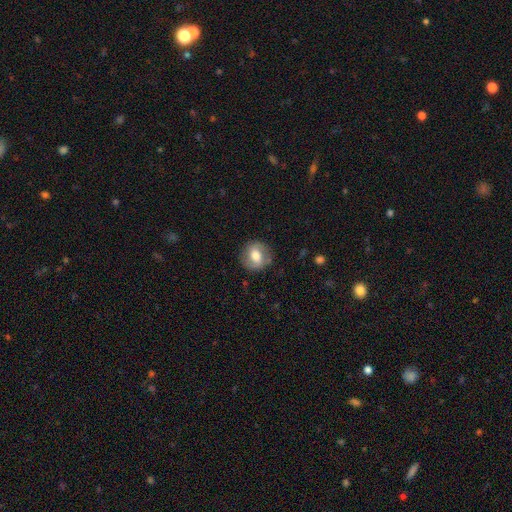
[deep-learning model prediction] A smooth galaxy with no disk features (61%) that is round (78%).

Vote fractions:
- Smooth or featured? smooth: 61% / featured or disk: 31% / star or artifact: 8%
- How rounded? round: 78% / in between: 21% / cigar-shaped: 1%
- Merging? none: 81% / minor disturbance: 13% / major disturbance: 4% / merger: 1%